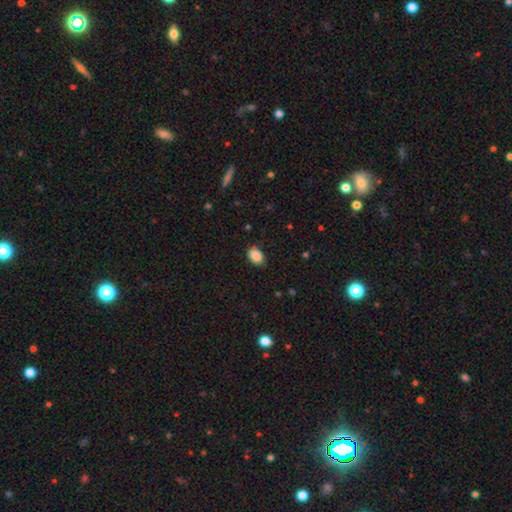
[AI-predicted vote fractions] Smooth or featured? Predicted: smooth (p=0.89). How rounded? Predicted: in between (p=0.84). Merging? Predicted: none (p=0.83).